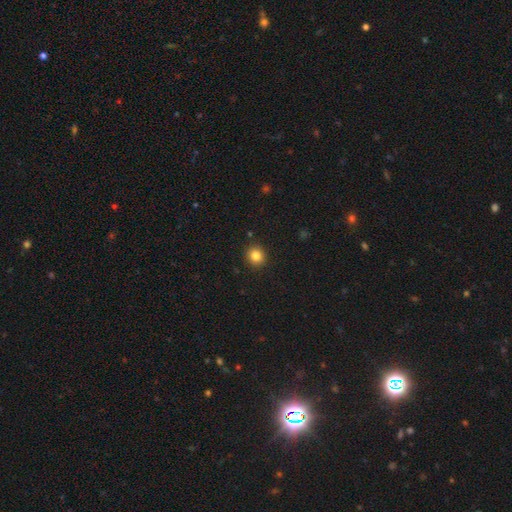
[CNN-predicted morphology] Smooth or featured: smooth — 83% (star or artifact — 11%)
How rounded: round — 89% (in between — 10%)
Merging: none — 91% (minor disturbance — 6%)